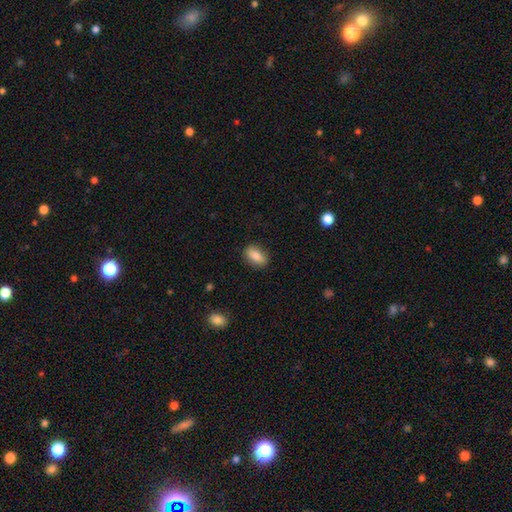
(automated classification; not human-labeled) The model was most divided on "smooth or featured": smooth: 79%, featured or disk: 13%, star or artifact: 7%. More confident: how rounded — in between (86%); merging — none (85%).